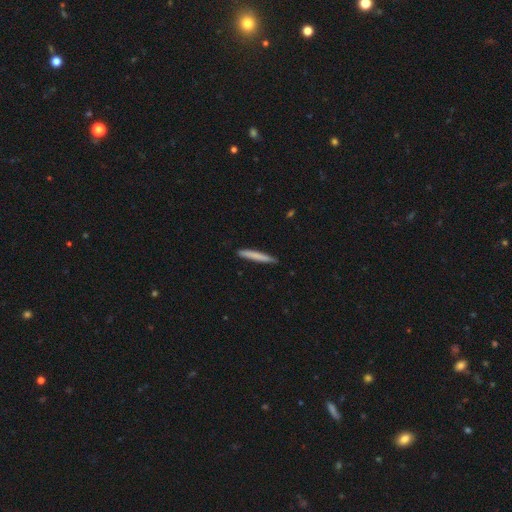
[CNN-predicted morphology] Smooth or featured? Predicted: smooth (p=0.75). How rounded? Predicted: cigar-shaped (p=0.96). Merging? Predicted: none (p=0.89).